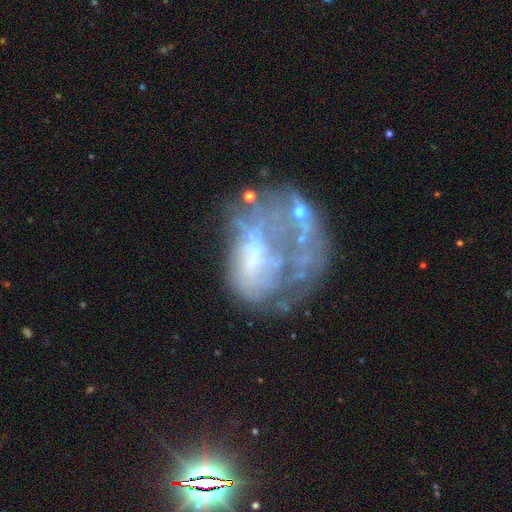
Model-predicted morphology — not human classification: Smooth or featured? Predicted: featured or disk (p=0.62). Edge-on disk? Predicted: no (p=0.98). Bar? Predicted: no (p=0.86). Spiral arms? Predicted: no (p=0.86). Bulge size? Predicted: none (p=0.65). Merging? Predicted: major disturbance (p=0.41).